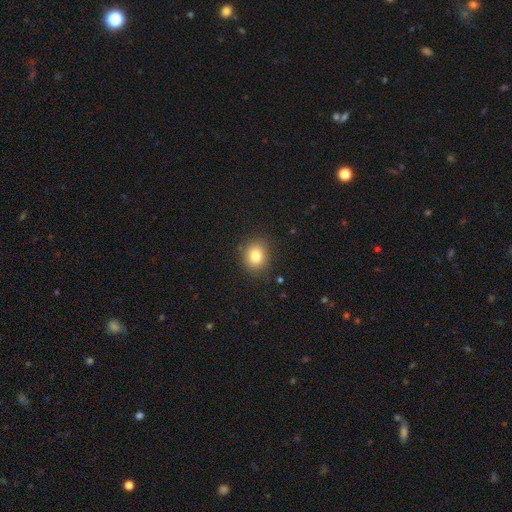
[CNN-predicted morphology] The model was most divided on "how rounded": round: 68%, in between: 31%, cigar-shaped: 1%. More confident: merging — none (86%); smooth or featured — smooth (80%).